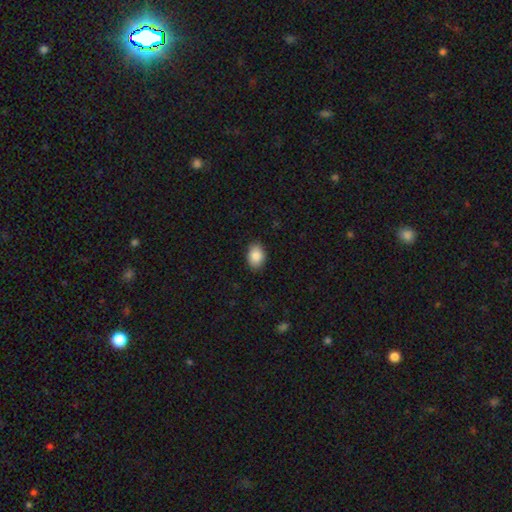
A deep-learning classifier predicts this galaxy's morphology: type=smooth (87%); roundness=in between (78%); merging=none (88%).